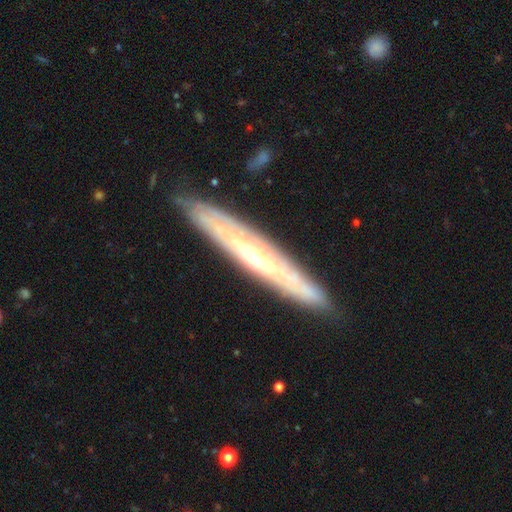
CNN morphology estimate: Smooth or featured? Predicted: featured or disk (p=0.74). Edge-on disk? Predicted: yes (p=0.74). Edge-on bulge? Predicted: rounded (p=0.66). Merging? Predicted: none (p=0.87).